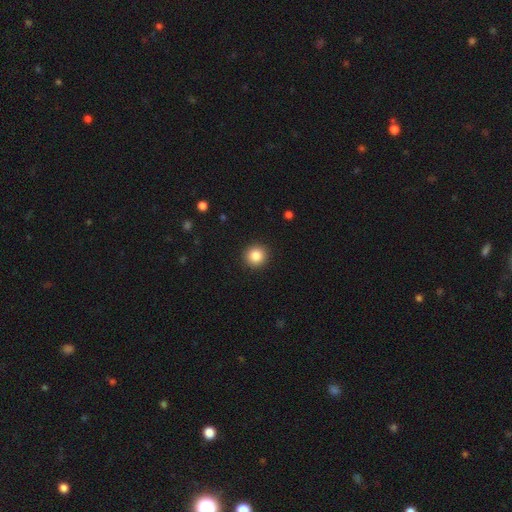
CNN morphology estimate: This is clearly a smooth galaxy (85%). How rounded: clearly round (94%). Merging: clearly none (92%).